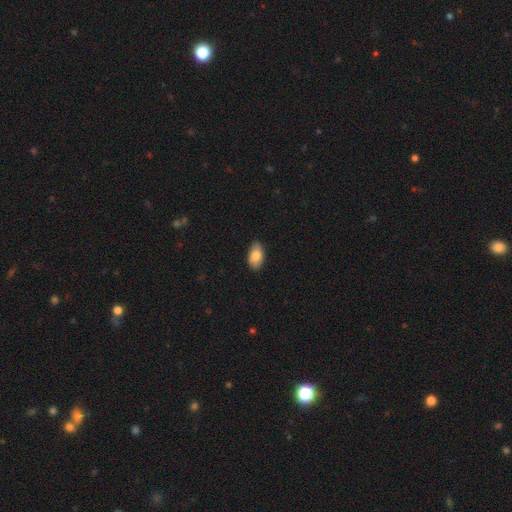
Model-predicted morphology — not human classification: This is clearly a smooth galaxy (81%). How rounded: clearly in between (93%). Merging: clearly none (85%).